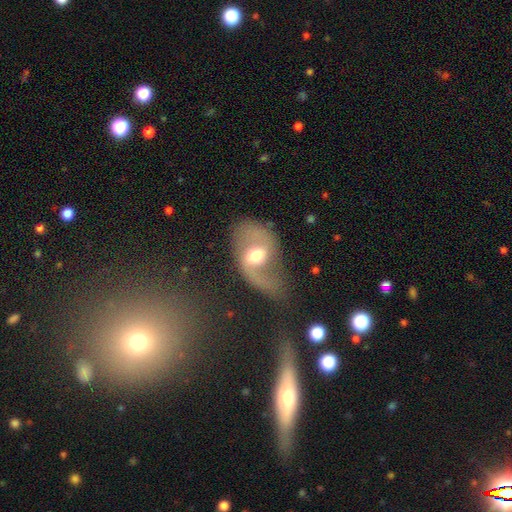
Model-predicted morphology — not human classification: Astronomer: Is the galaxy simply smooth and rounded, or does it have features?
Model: featured or disk — 71%.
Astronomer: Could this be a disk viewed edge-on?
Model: no — 96%.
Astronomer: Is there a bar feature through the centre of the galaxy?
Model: weak — 46% (runner-up: no, 33%).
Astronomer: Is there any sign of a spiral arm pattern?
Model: yes — 82%.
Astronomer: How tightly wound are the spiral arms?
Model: loose — 60%.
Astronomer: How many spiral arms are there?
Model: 2 — 73%.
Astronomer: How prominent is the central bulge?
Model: moderate — 68%.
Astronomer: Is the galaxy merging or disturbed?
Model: none — 43% (runner-up: major disturbance, 31%).